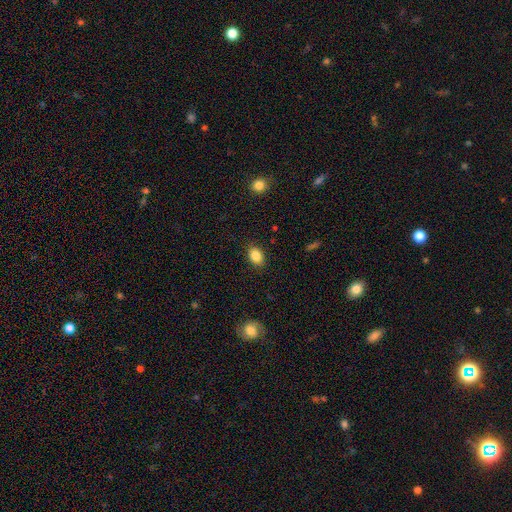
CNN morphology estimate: Smooth or featured: smooth — 86% (star or artifact — 8%)
How rounded: in between — 79% (round — 20%)
Merging: none — 87% (minor disturbance — 9%)